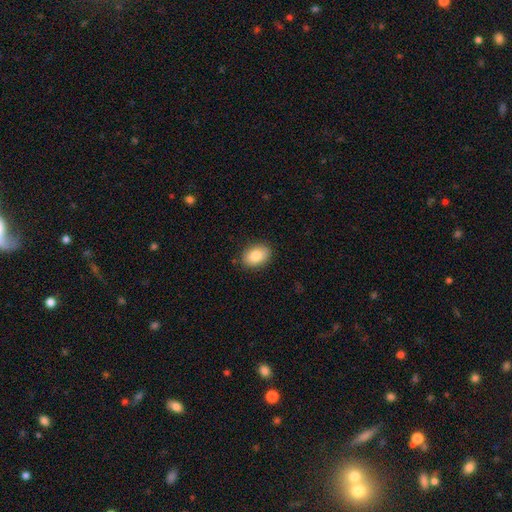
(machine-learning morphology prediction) A smooth galaxy with no disk features (84%) that is in between round and cigar-shaped (82%). Merging: none (88%).